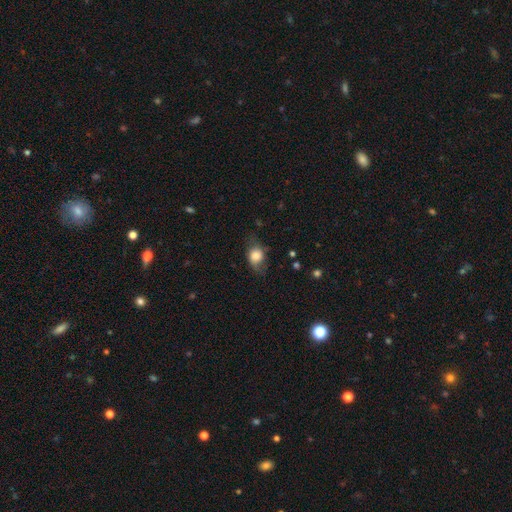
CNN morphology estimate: This is likely a smooth galaxy (72%). How rounded: possibly in between (56%). Merging: possibly none (59%).